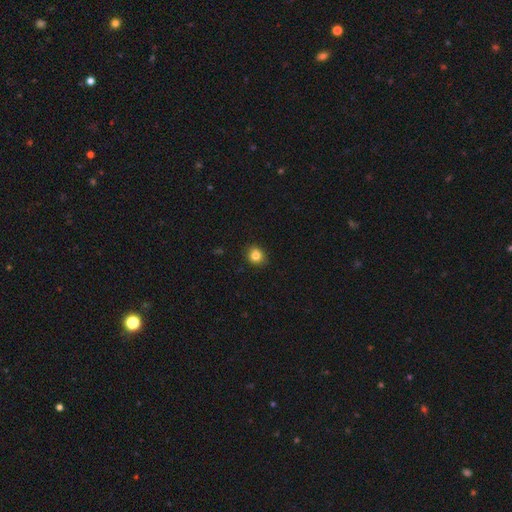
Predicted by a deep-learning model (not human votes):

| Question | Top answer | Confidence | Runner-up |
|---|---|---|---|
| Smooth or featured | smooth | 83% | star or artifact (11%) |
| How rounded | round | 79% | in between (20%) |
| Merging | none | 87% | minor disturbance (10%) |